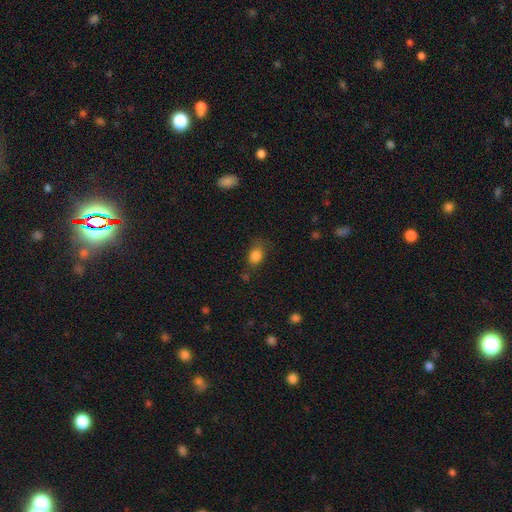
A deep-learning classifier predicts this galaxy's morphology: smooth_or_featured: smooth (p=0.84) [alt: star or artifact p=0.11]
how_rounded: in between (p=0.64) [alt: round p=0.34]
merging: none (p=0.61) [alt: minor disturbance p=0.26]